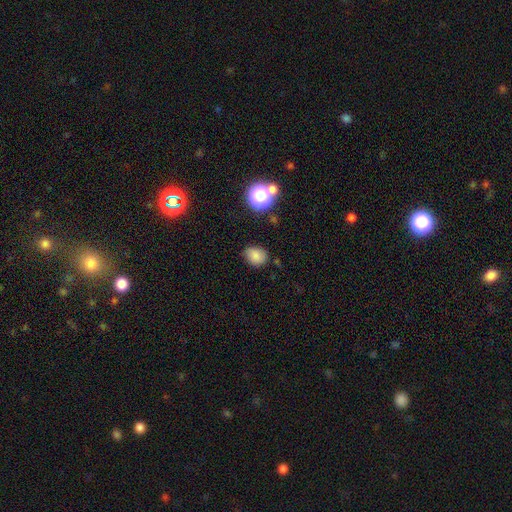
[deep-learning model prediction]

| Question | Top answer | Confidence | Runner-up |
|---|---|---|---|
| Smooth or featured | smooth | 81% | star or artifact (13%) |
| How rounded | round | 50% | in between (49%) |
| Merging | none | 78% | minor disturbance (16%) |